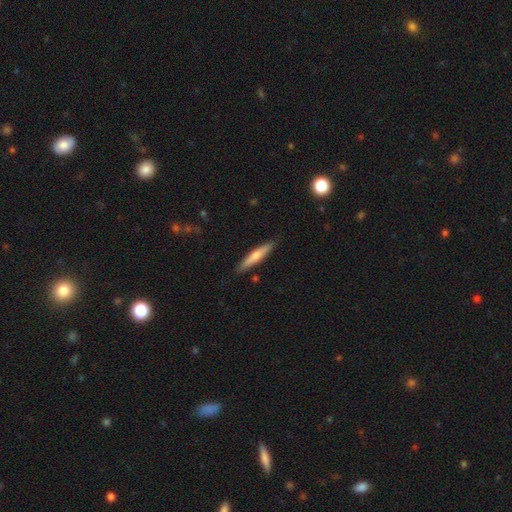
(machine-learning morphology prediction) This appears to be a smooth galaxy with no disk features (61%) that is cigar-shaped (89%). Merging: none (88%).